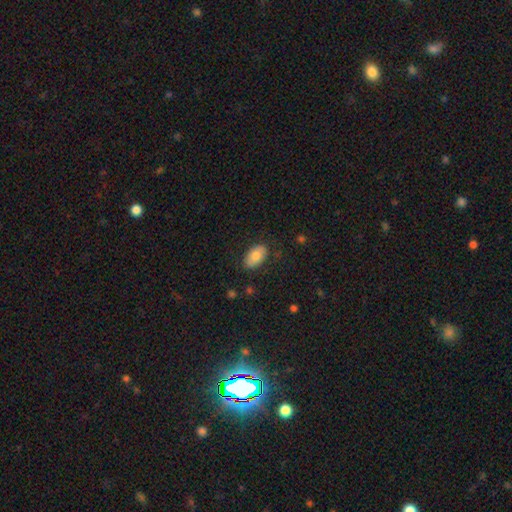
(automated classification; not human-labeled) A smooth galaxy with no disk features (78%) that is in between round and cigar-shaped (93%). Merging: none (81%).